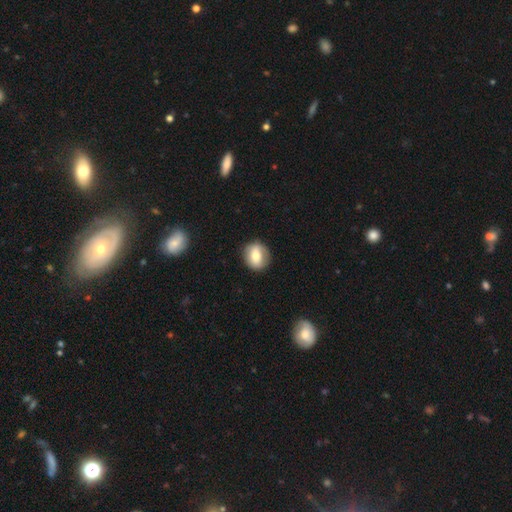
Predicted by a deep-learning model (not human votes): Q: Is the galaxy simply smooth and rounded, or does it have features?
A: smooth — 64%.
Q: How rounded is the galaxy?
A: round — 70%.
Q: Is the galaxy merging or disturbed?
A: none — 84%.